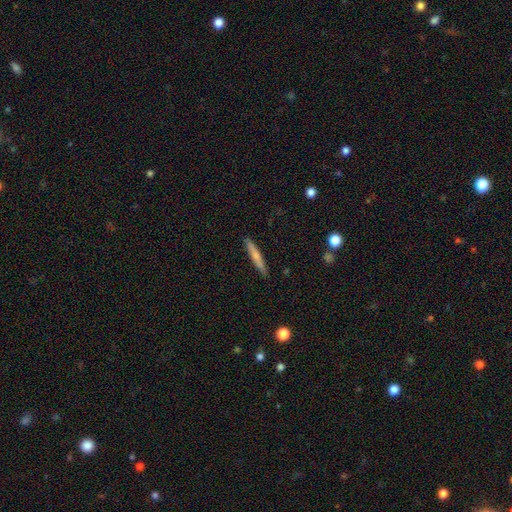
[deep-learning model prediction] Q: Smooth or featured?
A: smooth (66%); runner-up: featured or disk (28%)
Q: How rounded?
A: cigar-shaped (95%); runner-up: in between (4%)
Q: Merging?
A: none (89%); runner-up: minor disturbance (8%)